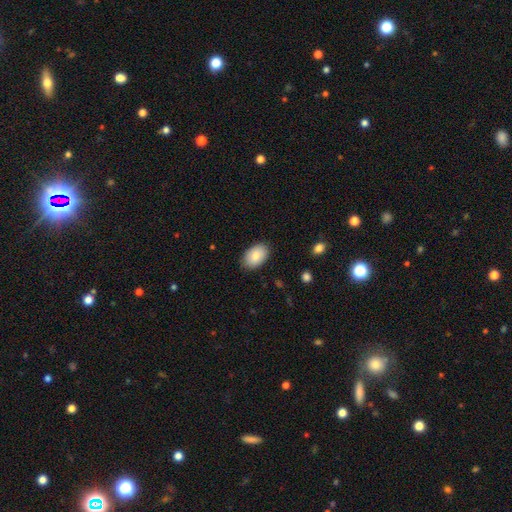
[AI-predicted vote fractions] smooth 82%, featured or disk 12%, star or artifact 6%. Down the decision tree: how rounded — in between (89%); merging — none (87%).